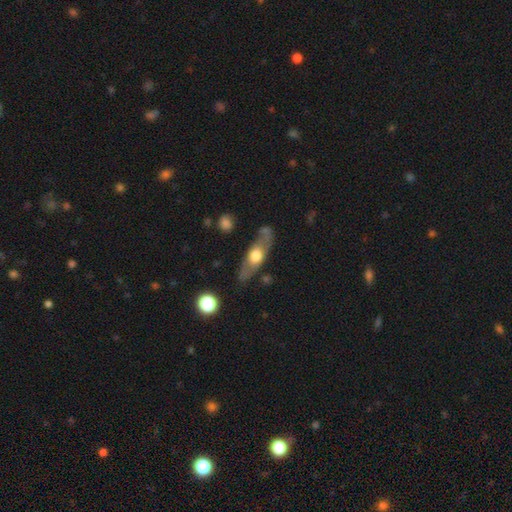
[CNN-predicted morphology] This is possibly a featured or disk galaxy (55%). It is likely viewed edge-on (65%). Merging: likely none (74%).